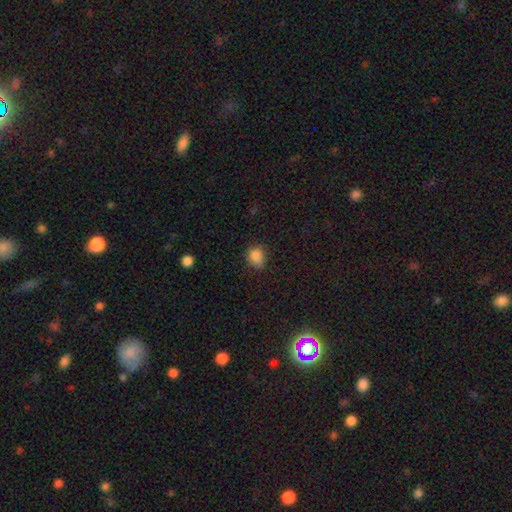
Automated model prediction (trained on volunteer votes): Q: Smooth or featured?
A: smooth (84%); runner-up: star or artifact (11%)
Q: How rounded?
A: round (59%); runner-up: in between (40%)
Q: Merging?
A: none (64%); runner-up: minor disturbance (28%)